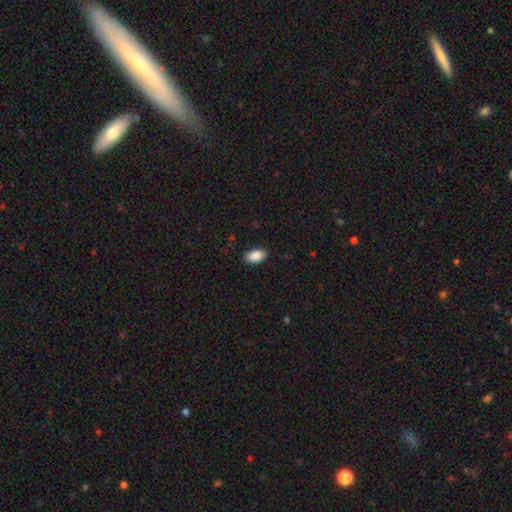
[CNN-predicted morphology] A smooth galaxy with no disk features (89%) that is in between round and cigar-shaped (93%).

Vote fractions:
- Smooth or featured? smooth: 89% / star or artifact: 7% / featured or disk: 4%
- How rounded? in between: 93% / round: 5% / cigar-shaped: 2%
- Merging? none: 86% / minor disturbance: 11% / major disturbance: 2% / merger: 1%